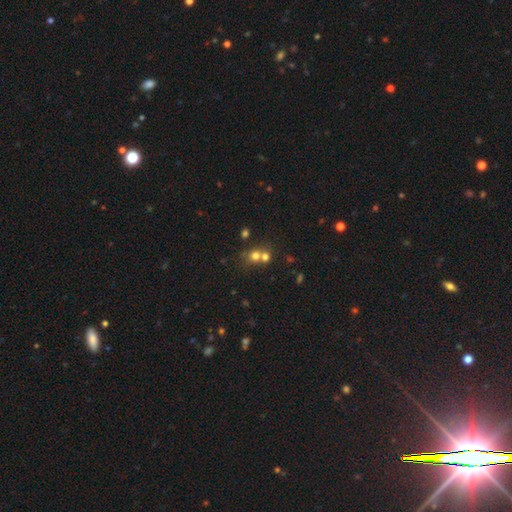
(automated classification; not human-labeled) This appears to be a smooth galaxy with no disk features (67%) that is round (78%). Merging: merger (50%).